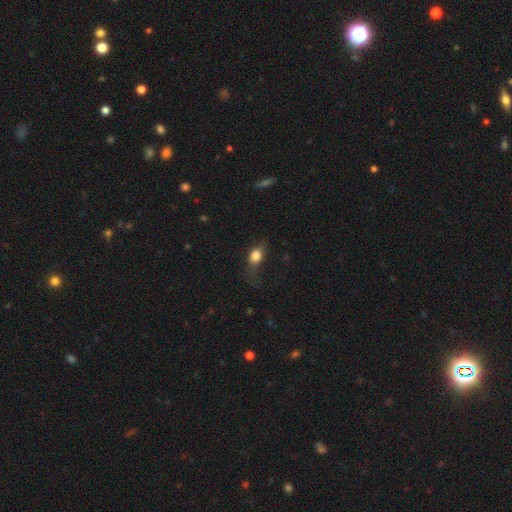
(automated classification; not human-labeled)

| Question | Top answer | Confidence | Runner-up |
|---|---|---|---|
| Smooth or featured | smooth | 76% | featured or disk (15%) |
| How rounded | in between | 56% | round (38%) |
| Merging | none | 40% | minor disturbance (29%) |